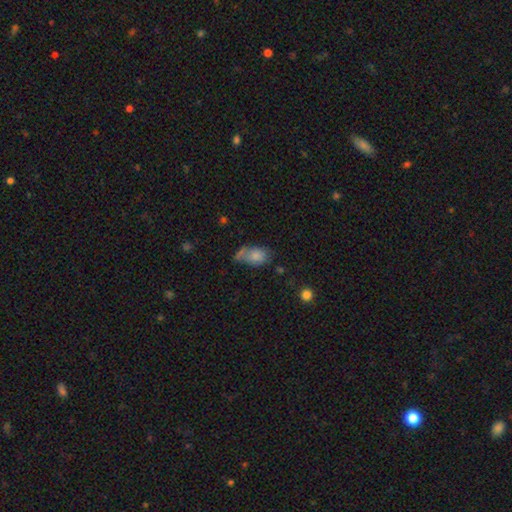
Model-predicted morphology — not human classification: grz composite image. It shows a smooth galaxy with no disk features (77%) that is in between round and cigar-shaped (87%). Merging: none (40%).